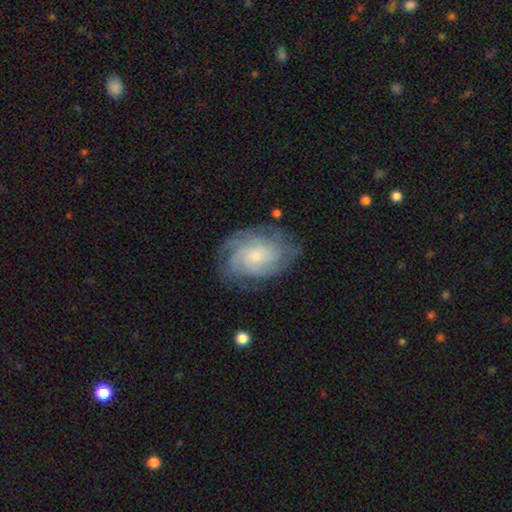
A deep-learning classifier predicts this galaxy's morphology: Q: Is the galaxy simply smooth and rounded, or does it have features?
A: featured or disk — 75%.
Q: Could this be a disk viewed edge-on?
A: no — 97%.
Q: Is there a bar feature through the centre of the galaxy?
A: no — 75%.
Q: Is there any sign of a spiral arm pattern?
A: yes — 93%.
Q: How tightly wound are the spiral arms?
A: tight — 59%.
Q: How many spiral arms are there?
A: can't tell — 40%.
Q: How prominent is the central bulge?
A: small — 63%.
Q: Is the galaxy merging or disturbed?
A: none — 73%.